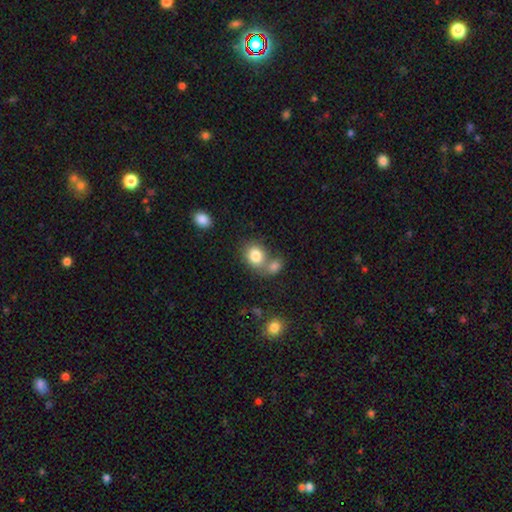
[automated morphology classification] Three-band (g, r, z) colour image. It shows a smooth galaxy with no disk features (82%) that is round (61%). Merging: merger (44%).